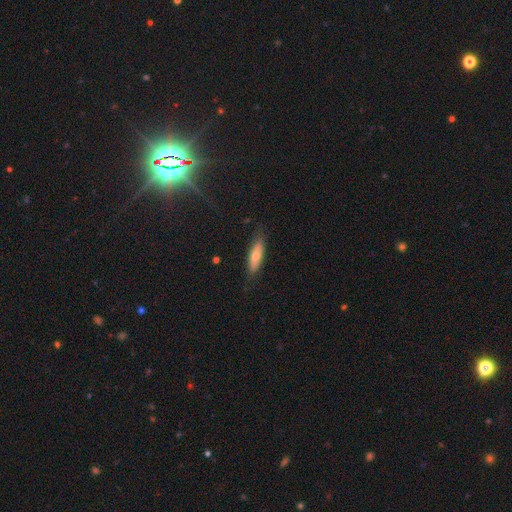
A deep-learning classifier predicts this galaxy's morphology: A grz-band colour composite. It shows a smooth galaxy with no disk features (64%) that is cigar-shaped (52%). Merging: none (76%).